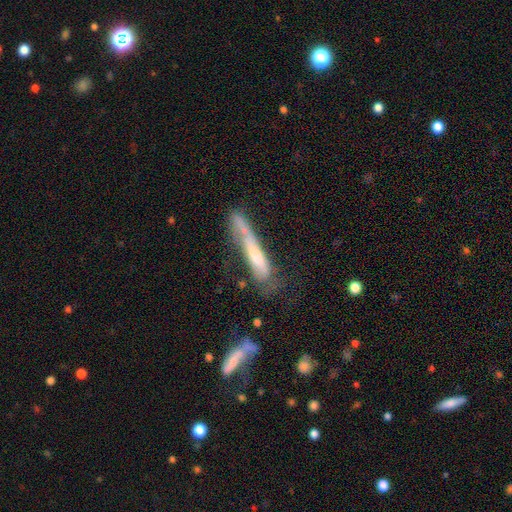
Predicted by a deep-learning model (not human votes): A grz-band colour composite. It shows a smooth galaxy with no disk features (52%) that is cigar-shaped (89%). Merging: none (34%).